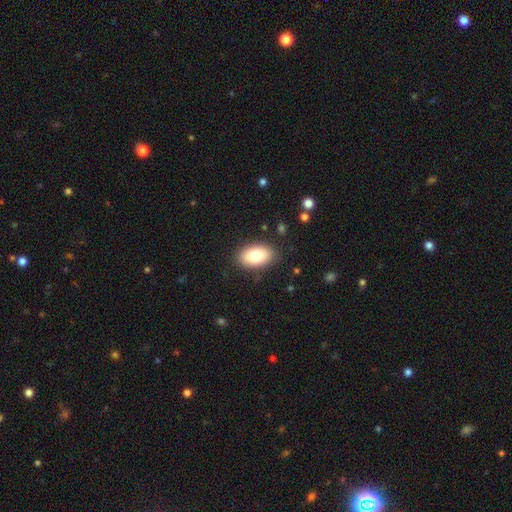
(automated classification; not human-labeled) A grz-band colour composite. It shows a smooth galaxy with no disk features (81%) that is in between round and cigar-shaped (92%). Merging: none (87%).